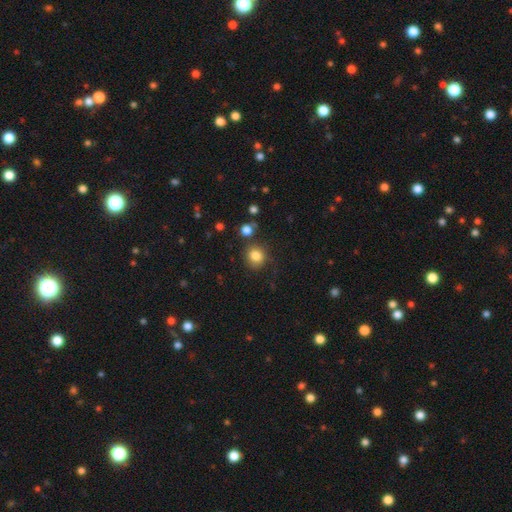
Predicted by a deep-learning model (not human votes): smooth 84%, star or artifact 11%, featured or disk 5%. Down the decision tree: how rounded — round (86%); merging — none (79%).